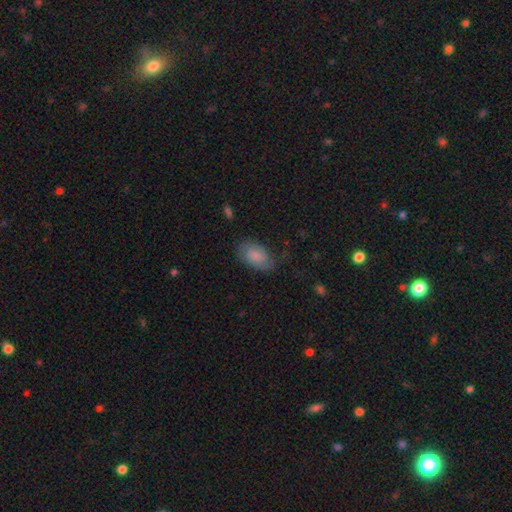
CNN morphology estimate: A smooth galaxy with no disk features (72%) that is in between round and cigar-shaped (91%). Merging: none (63%).